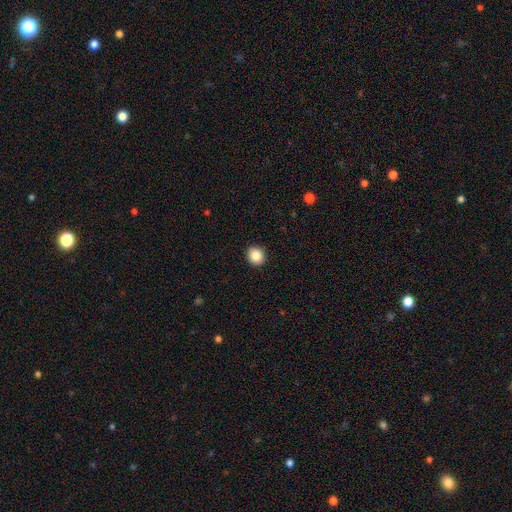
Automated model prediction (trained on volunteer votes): This appears to be a smooth galaxy with no disk features (87%) that is round (83%). Merging: none (93%).